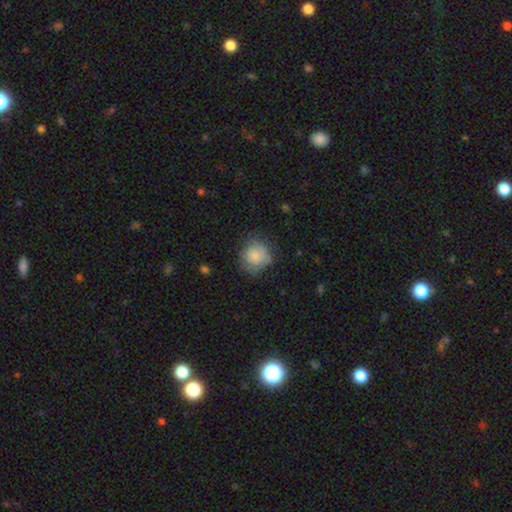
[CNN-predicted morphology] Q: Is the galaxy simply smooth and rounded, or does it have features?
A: smooth — 81%.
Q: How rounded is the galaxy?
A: round — 86%.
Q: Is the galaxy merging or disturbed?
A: none — 65%.